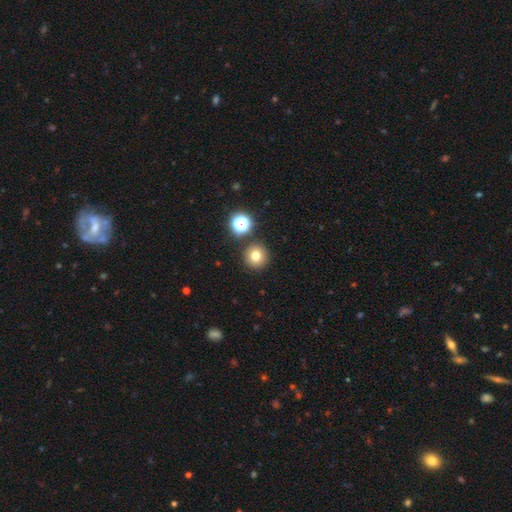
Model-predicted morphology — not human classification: type=smooth (75%); roundness=round (95%); merging=none (87%).